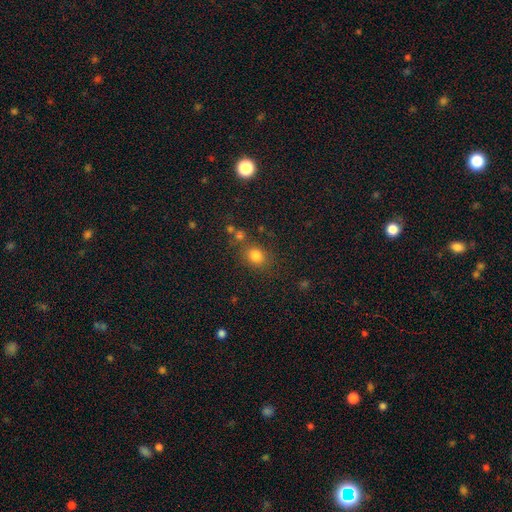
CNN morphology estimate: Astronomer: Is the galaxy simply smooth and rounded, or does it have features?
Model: smooth — 79%.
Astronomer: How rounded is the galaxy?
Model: round — 62%.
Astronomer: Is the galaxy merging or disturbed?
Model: none — 74%.